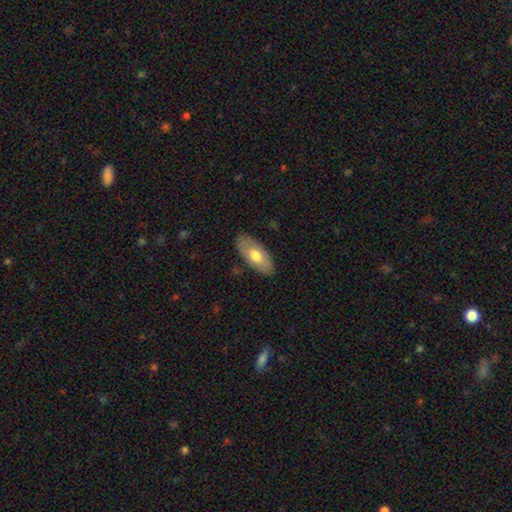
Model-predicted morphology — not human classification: Q: Smooth or featured?
A: smooth (64%); runner-up: featured or disk (30%)
Q: How rounded?
A: in between (89%); runner-up: cigar-shaped (8%)
Q: Merging?
A: none (84%); runner-up: minor disturbance (12%)